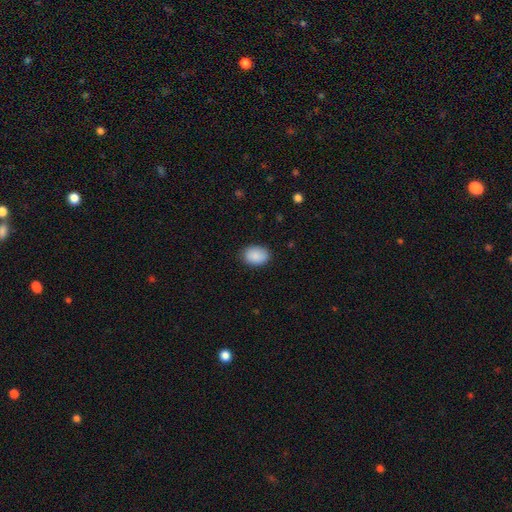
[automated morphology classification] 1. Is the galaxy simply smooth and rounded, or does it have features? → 90% smooth, 7% star or artifact, 4% featured or disk.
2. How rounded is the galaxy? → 75% in between, 24% round, 1% cigar-shaped.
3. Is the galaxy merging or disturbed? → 85% none, 12% minor disturbance, 2% major disturbance, 1% merger.